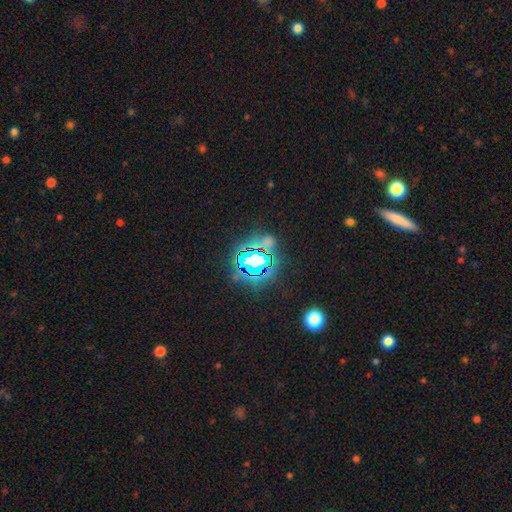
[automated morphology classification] Smooth or featured? star or artifact (73%)